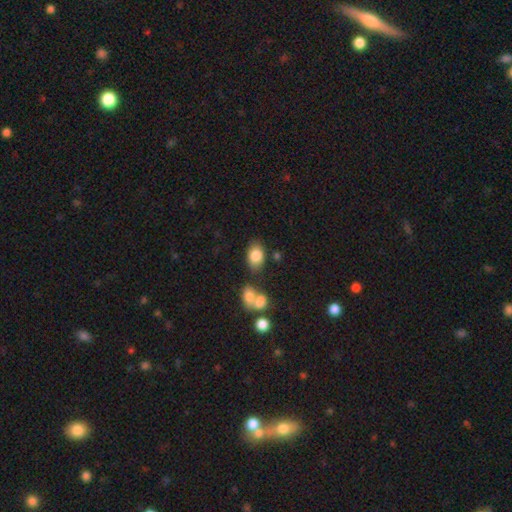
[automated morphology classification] Smooth or featured? Predicted: smooth (p=0.83). How rounded? Predicted: in between (p=0.82). Merging? Predicted: none (p=0.69).